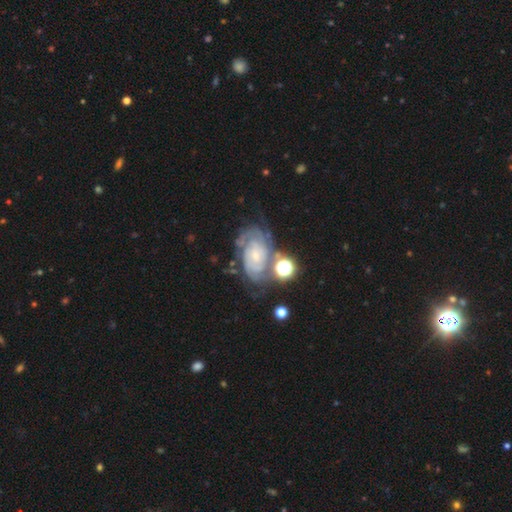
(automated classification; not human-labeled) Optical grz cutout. It shows a featured or disk galaxy (83%) with no bar (70%), tight (72%) spiral arms (95%) and a small central bulge (74%). Merging: none (59%).